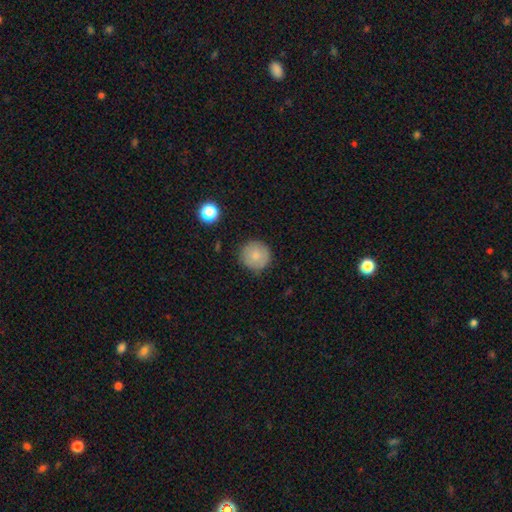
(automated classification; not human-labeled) A smooth galaxy with no disk features (79%) that is round (94%).

Vote fractions:
- Smooth or featured? smooth: 79% / featured or disk: 12% / star or artifact: 8%
- How rounded? round: 94% / in between: 5% / cigar-shaped: 1%
- Merging? none: 85% / minor disturbance: 11% / major disturbance: 3% / merger: 1%